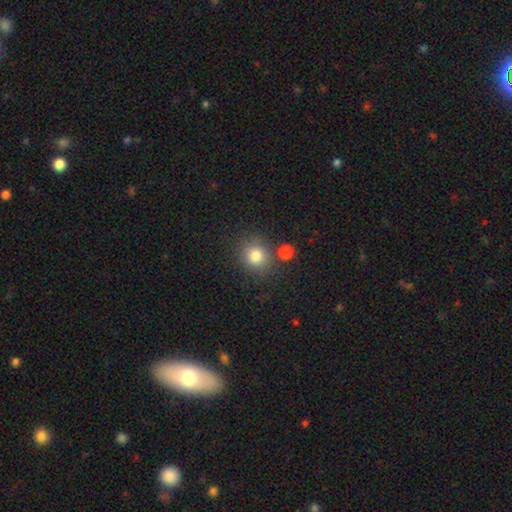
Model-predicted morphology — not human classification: smooth 81%, star or artifact 12%, featured or disk 7%. Down the decision tree: how rounded — round (83%); merging — none (75%).